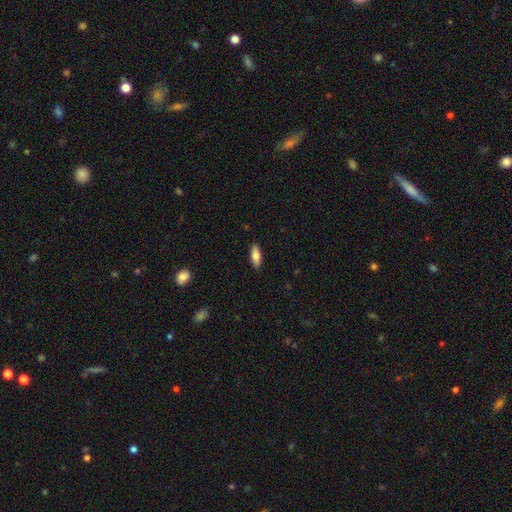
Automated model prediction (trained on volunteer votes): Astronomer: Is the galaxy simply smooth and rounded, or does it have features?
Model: smooth — 75%.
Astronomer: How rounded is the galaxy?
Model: in between — 66%.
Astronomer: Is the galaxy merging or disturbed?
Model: none — 89%.